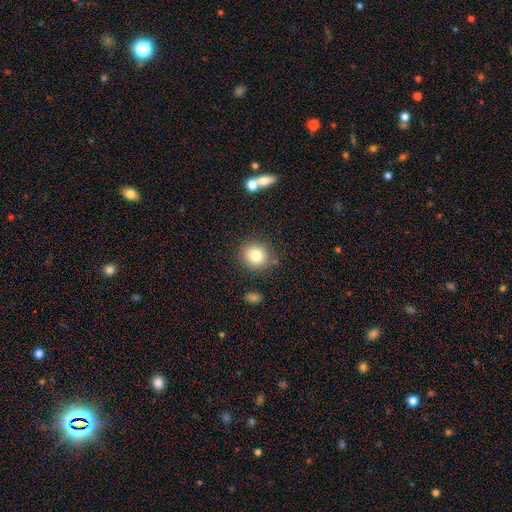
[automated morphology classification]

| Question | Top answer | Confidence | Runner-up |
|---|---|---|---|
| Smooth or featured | smooth | 80% | star or artifact (11%) |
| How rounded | round | 85% | in between (14%) |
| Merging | none | 82% | minor disturbance (11%) |